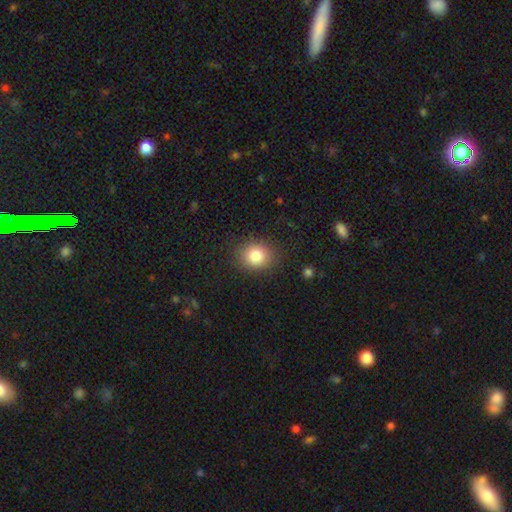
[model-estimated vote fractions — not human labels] Q: Smooth or featured?
A: smooth (83%); runner-up: star or artifact (10%)
Q: How rounded?
A: round (72%); runner-up: in between (27%)
Q: Merging?
A: none (85%); runner-up: minor disturbance (10%)